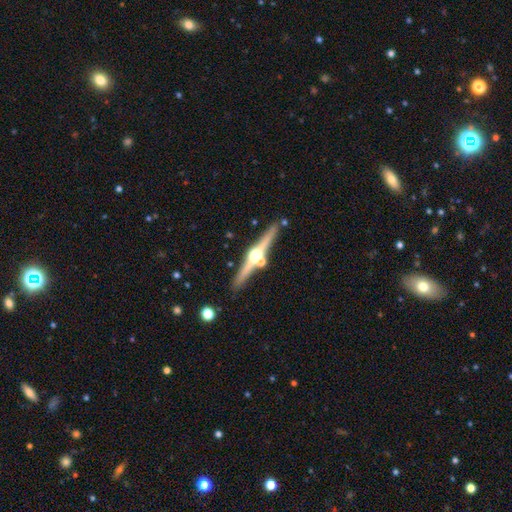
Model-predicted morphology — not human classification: Smooth or featured: featured or disk — 80% (smooth — 15%)
Edge-on disk: yes — 98% (no — 2%)
Edge-on bulge: rounded — 96% (boxy — 2%)
Merging: none — 81% (minor disturbance — 9%)